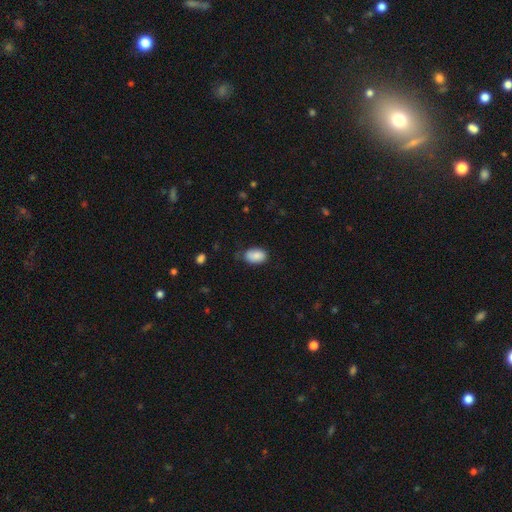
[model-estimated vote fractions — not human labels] Smooth or featured? smooth (86%)
How rounded? in between (90%)
Merging? none (70%)